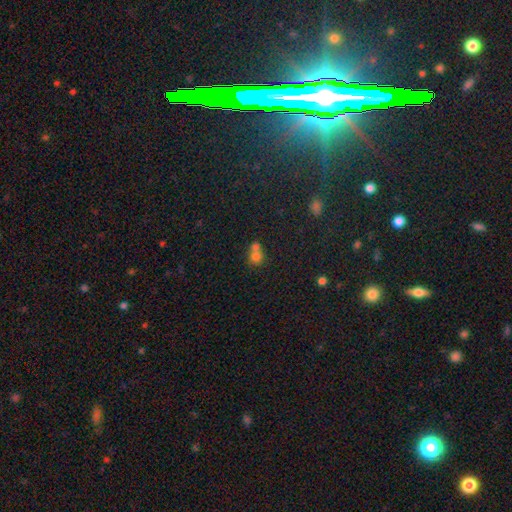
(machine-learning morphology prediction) smooth_or_featured: smooth (p=0.74) [alt: star or artifact p=0.13]
how_rounded: round (p=0.78) [alt: in between p=0.21]
merging: merger (p=0.61) [alt: none p=0.30]